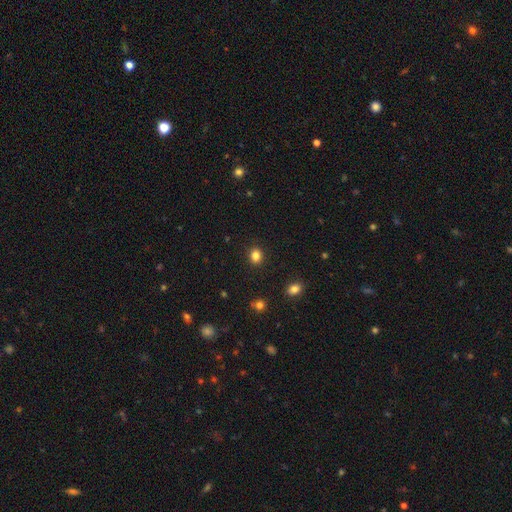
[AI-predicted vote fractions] Smooth or featured?
  - smooth: 84% *
  - star or artifact: 12%
  - featured or disk: 4%
How rounded?
  - round: 62% *
  - in between: 37%
  - cigar-shaped: 1%
Merging?
  - none: 90% *
  - minor disturbance: 7%
  - major disturbance: 2%
  - merger: 1%